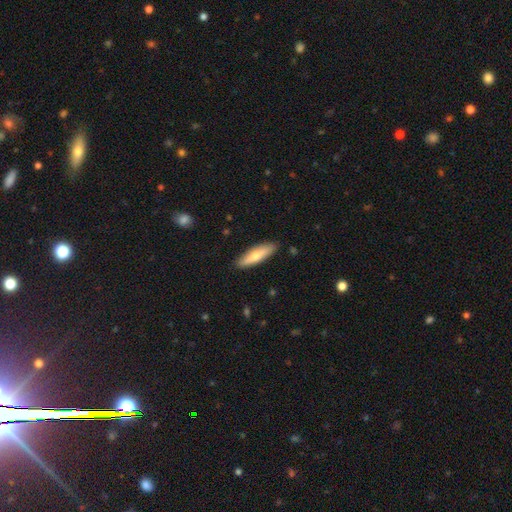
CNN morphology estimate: smooth_or_featured: smooth (p=0.66) [alt: featured or disk p=0.29]
how_rounded: cigar-shaped (p=0.63) [alt: in between p=0.35]
merging: none (p=0.87) [alt: minor disturbance p=0.10]